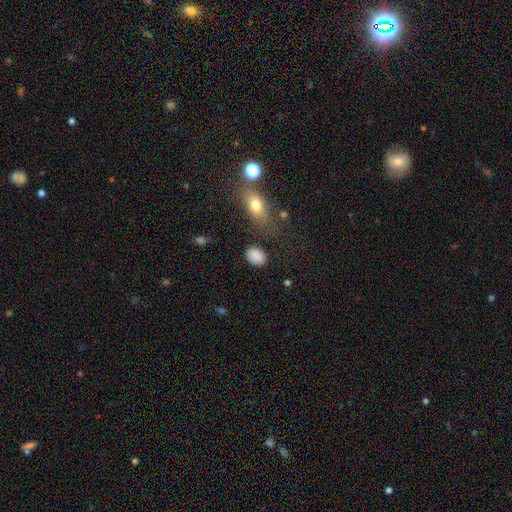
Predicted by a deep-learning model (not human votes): This is clearly a smooth galaxy (87%). How rounded: likely in between (74%). Merging: likely none (79%).